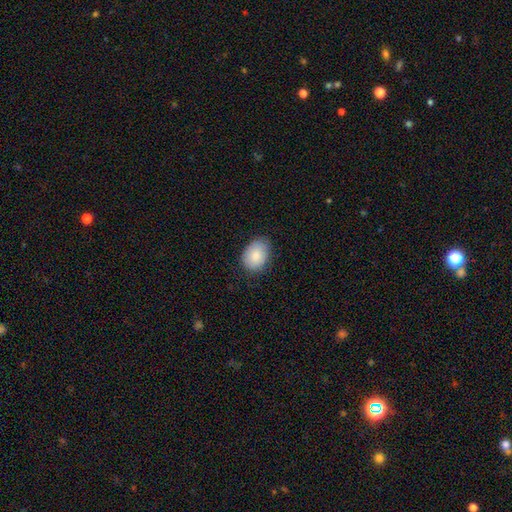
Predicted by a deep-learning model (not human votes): Smooth or featured: smooth — 86% (featured or disk — 8%)
How rounded: in between — 75% (round — 24%)
Merging: none — 77% (minor disturbance — 19%)